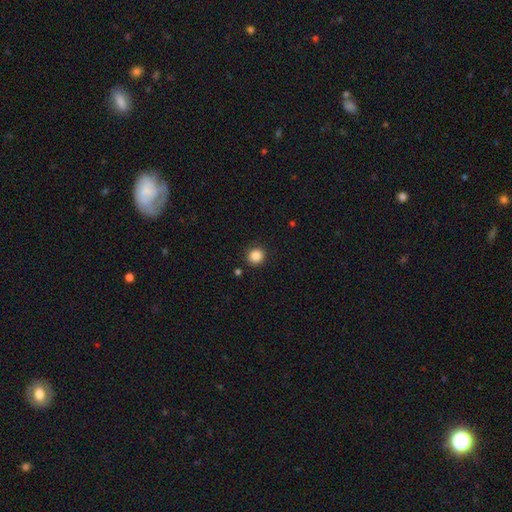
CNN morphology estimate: A smooth galaxy with no disk features (86%) that is round (89%).

Vote fractions:
- Smooth or featured? smooth: 86% / star or artifact: 10% / featured or disk: 3%
- How rounded? round: 89% / in between: 10% / cigar-shaped: 1%
- Merging? none: 90% / minor disturbance: 6% / major disturbance: 2% / merger: 2%